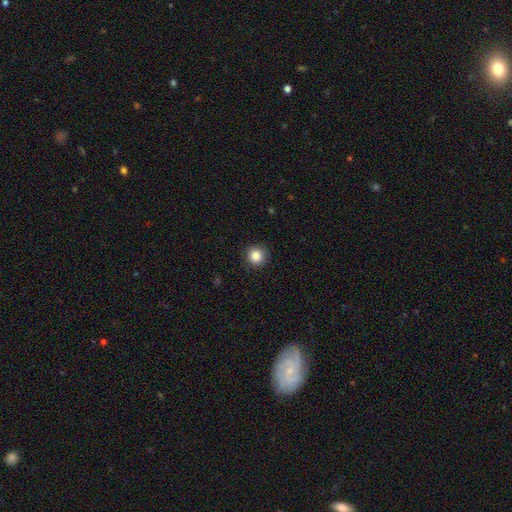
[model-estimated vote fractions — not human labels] Smooth or featured?
  - smooth: 86% *
  - star or artifact: 10%
  - featured or disk: 4%
How rounded?
  - round: 93% *
  - in between: 6%
  - cigar-shaped: 1%
Merging?
  - none: 90% *
  - minor disturbance: 7%
  - major disturbance: 2%
  - merger: 1%